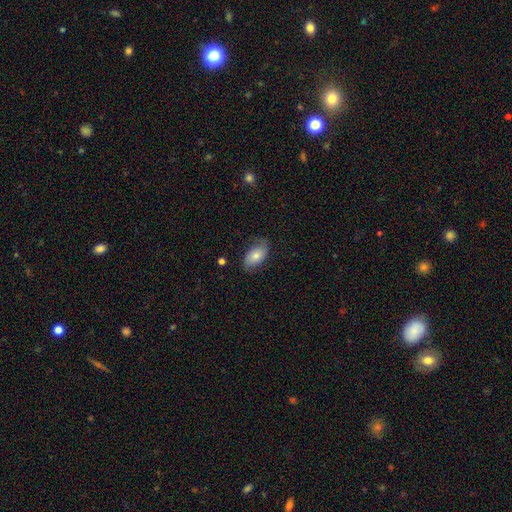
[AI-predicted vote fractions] Smooth or featured: smooth — 64% (featured or disk — 29%)
How rounded: in between — 92% (round — 6%)
Merging: none — 70% (minor disturbance — 22%)